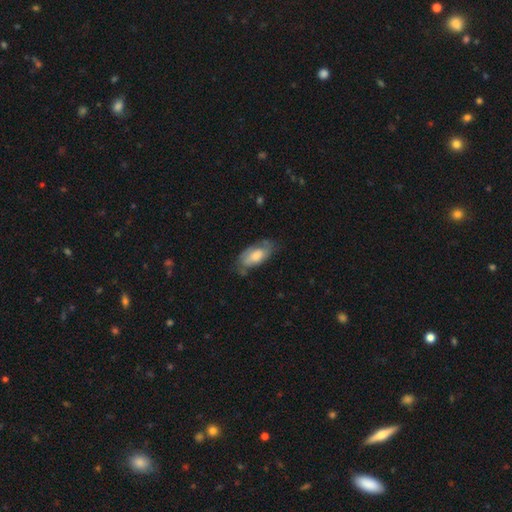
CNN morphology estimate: type=smooth (60%); roundness=in between (89%); merging=none (56%).